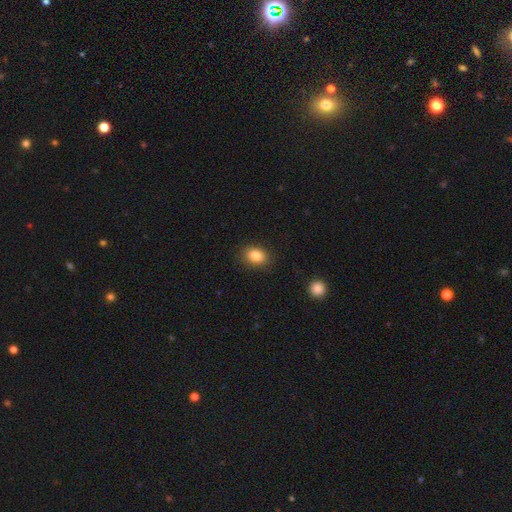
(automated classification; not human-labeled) Smooth or featured?
  - smooth: 84% *
  - star or artifact: 9%
  - featured or disk: 7%
How rounded?
  - in between: 69% *
  - round: 30%
  - cigar-shaped: 1%
Merging?
  - none: 87% *
  - minor disturbance: 10%
  - major disturbance: 3%
  - merger: 1%